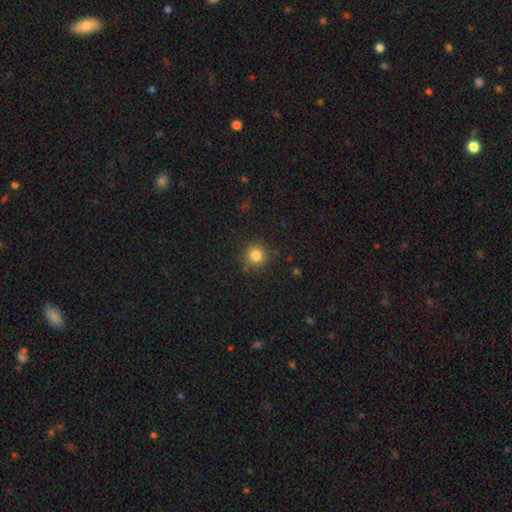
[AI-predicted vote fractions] Smooth or featured: smooth — 83% (star or artifact — 12%)
How rounded: round — 94% (in between — 5%)
Merging: none — 89% (minor disturbance — 7%)